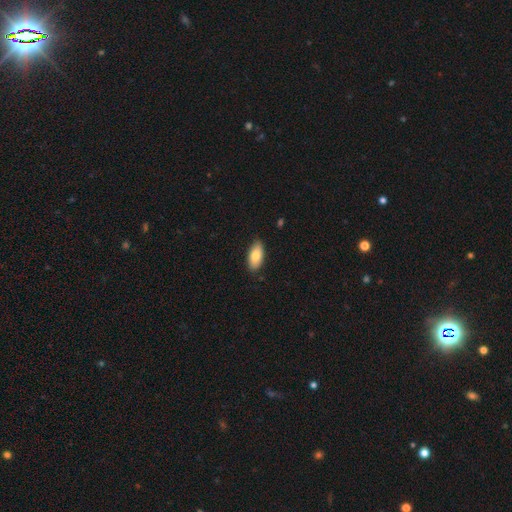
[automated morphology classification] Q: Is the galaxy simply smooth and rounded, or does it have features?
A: smooth — 82%.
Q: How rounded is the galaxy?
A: in between — 90%.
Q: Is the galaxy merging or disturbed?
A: none — 84%.